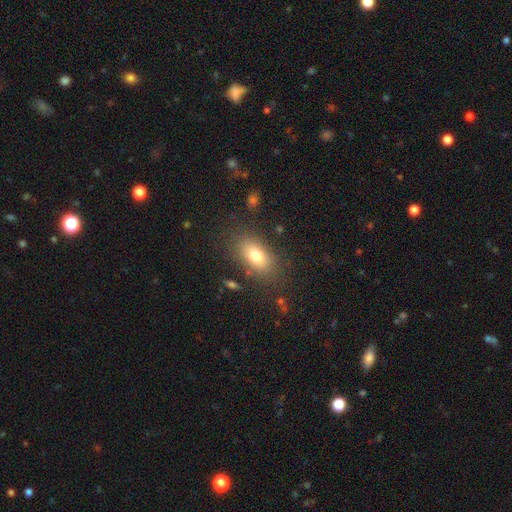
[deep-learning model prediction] A smooth galaxy with no disk features (77%) that is in between round and cigar-shaped (87%).

Vote fractions:
- Smooth or featured? smooth: 77% / featured or disk: 14% / star or artifact: 10%
- How rounded? in between: 87% / round: 8% / cigar-shaped: 5%
- Merging? none: 82% / minor disturbance: 11% / major disturbance: 5% / merger: 2%